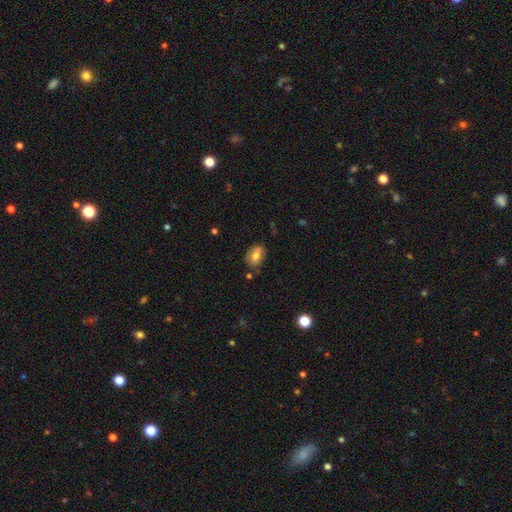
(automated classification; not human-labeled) A smooth galaxy with no disk features (70%) that is in between round and cigar-shaped (73%). Merging: none (65%).